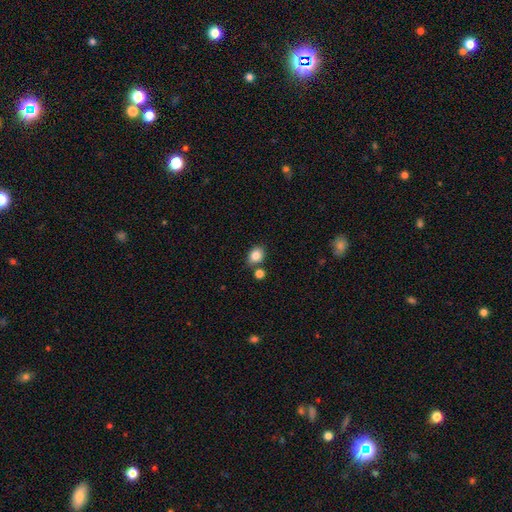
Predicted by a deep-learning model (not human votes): smooth_or_featured: smooth (p=0.84) [alt: star or artifact p=0.10]
how_rounded: in between (p=0.60) [alt: round p=0.39]
merging: none (p=0.73) [alt: minor disturbance p=0.12]